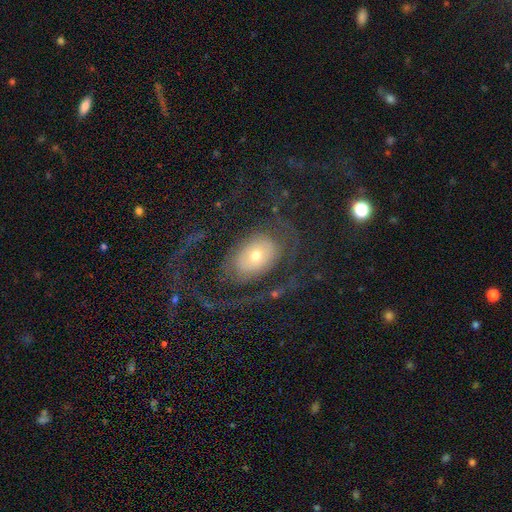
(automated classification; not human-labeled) Smooth or featured: featured or disk — 63% (smooth — 29%)
Edge-on disk: no — 94% (yes — 6%)
Bar: no — 80% (weak — 14%)
Spiral arms: yes — 65% (no — 35%)
Bulge size: moderate — 46% (small — 42%)
Merging: none — 53% (major disturbance — 31%)